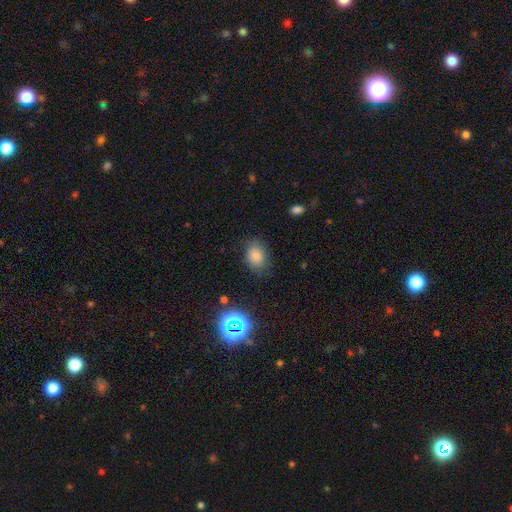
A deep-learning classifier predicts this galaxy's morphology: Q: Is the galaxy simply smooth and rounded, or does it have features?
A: smooth — 80%.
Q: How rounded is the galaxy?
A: in between — 69%.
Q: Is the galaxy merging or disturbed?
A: none — 75%.